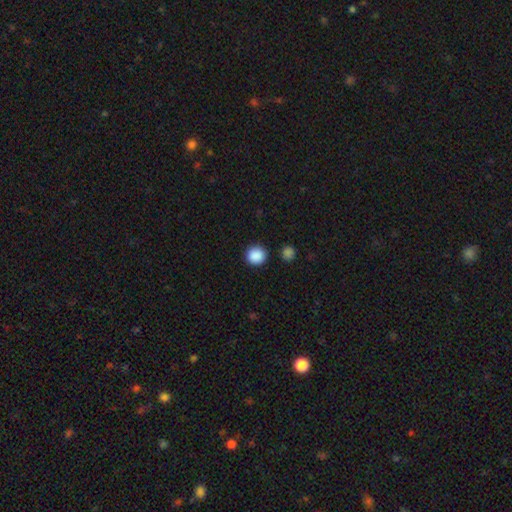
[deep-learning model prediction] Q: Smooth or featured?
A: smooth (88%); runner-up: star or artifact (9%)
Q: How rounded?
A: round (91%); runner-up: in between (8%)
Q: Merging?
A: none (89%); runner-up: minor disturbance (6%)